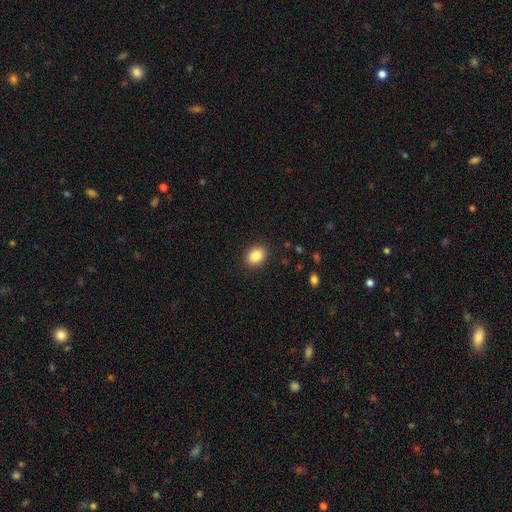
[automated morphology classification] type=smooth (86%); roundness=in between (63%); merging=none (89%).